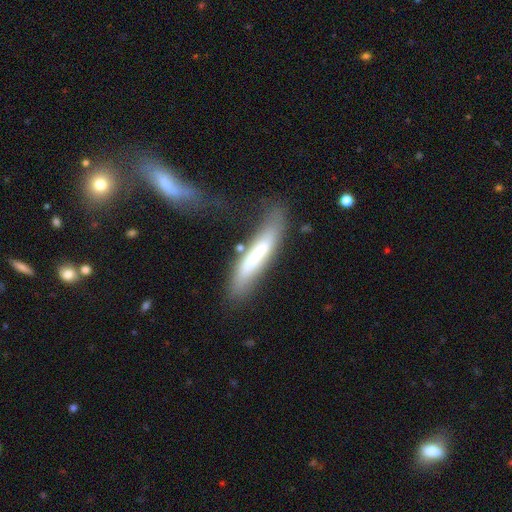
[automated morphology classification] Smooth or featured? smooth (58%)
How rounded? cigar-shaped (84%)
Merging? none (48%)